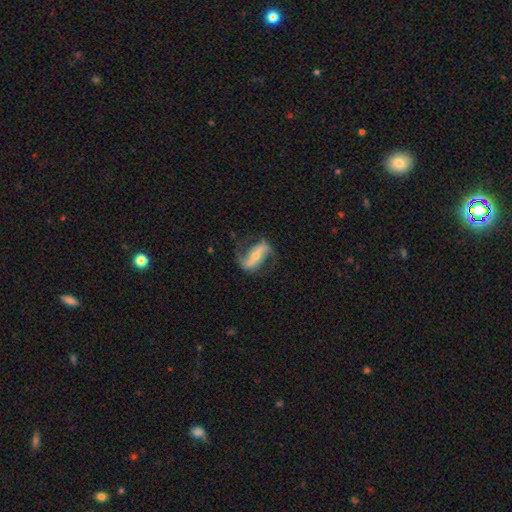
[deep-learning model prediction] This is clearly a featured or disk galaxy (82%). It is clearly not viewed edge-on (92%). Bar: likely strong (62%). Spiral arm pattern: clearly yes (91%). Spiral arm count: clearly 2 (88%). Spiral winding: possibly loose (55%). Central bulge: possibly small (55%). Merging: likely none (69%).